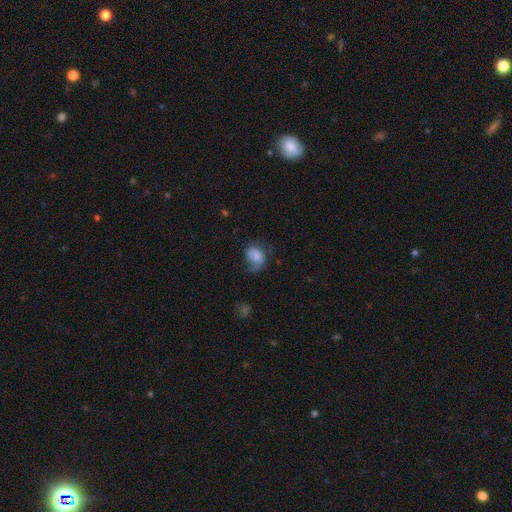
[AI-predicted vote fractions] smooth 60%, featured or disk 31%, star or artifact 9%. Down the decision tree: how rounded — in between (55%); merging — major disturbance (35%, tied with none).